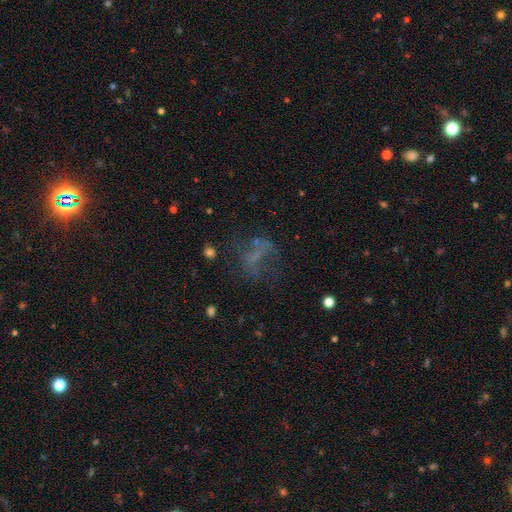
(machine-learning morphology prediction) Smooth or featured?
  - featured or disk: 38% *
  - smooth: 33%
  - star or artifact: 29%
Merging?
  - none: 42% *
  - major disturbance: 35%
  - minor disturbance: 18%
  - merger: 5%